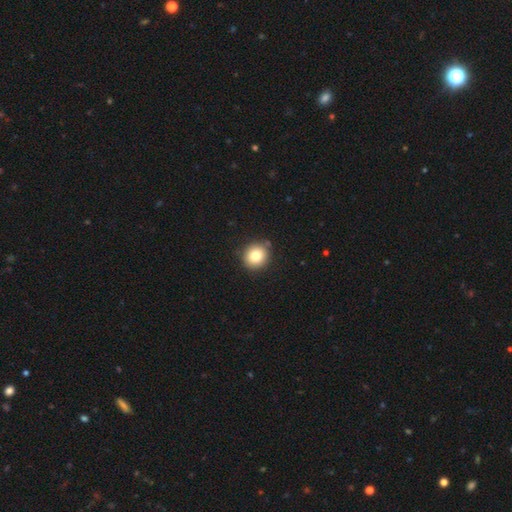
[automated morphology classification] Q: Smooth or featured?
A: smooth (82%); runner-up: star or artifact (10%)
Q: How rounded?
A: round (85%); runner-up: in between (14%)
Q: Merging?
A: none (87%); runner-up: minor disturbance (9%)